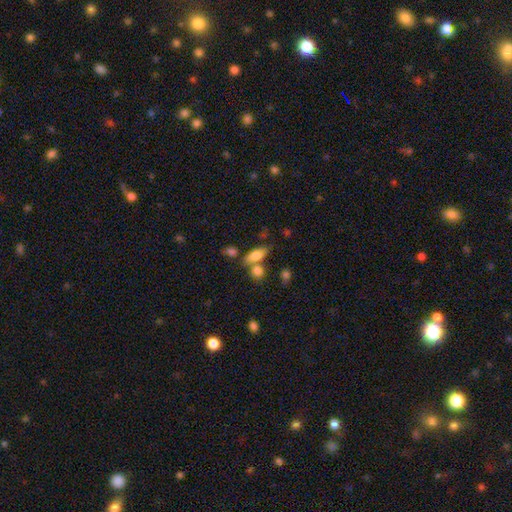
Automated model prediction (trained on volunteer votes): Q: Smooth or featured?
A: smooth (77%); runner-up: featured or disk (14%)
Q: How rounded?
A: in between (75%); runner-up: cigar-shaped (19%)
Q: Merging?
A: none (55%); runner-up: merger (26%)